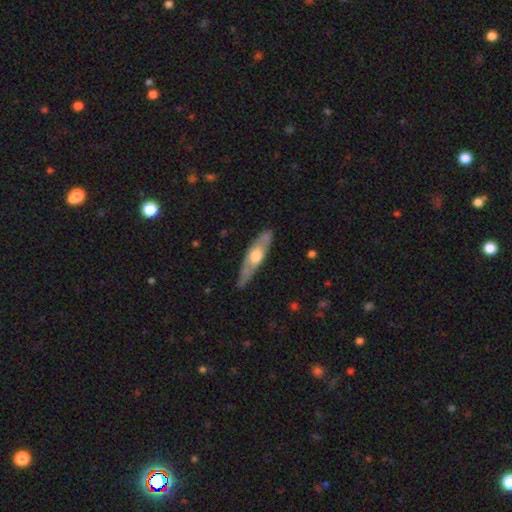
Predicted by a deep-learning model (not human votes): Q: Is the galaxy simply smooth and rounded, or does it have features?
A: featured or disk — 52%.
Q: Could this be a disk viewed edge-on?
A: yes — 73%.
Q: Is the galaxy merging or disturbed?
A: none — 76%.